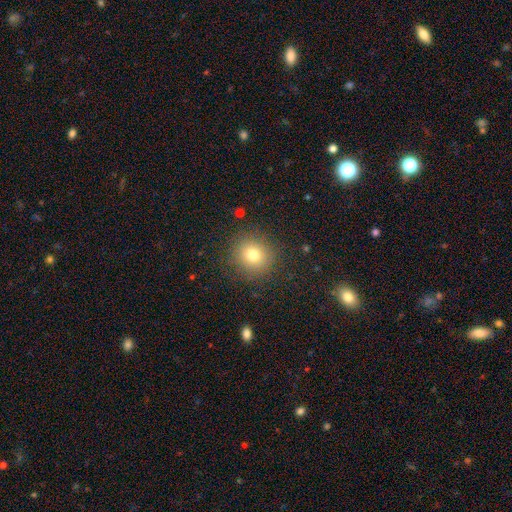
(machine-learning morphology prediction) Smooth or featured? smooth (76%)
How rounded? round (90%)
Merging? none (87%)